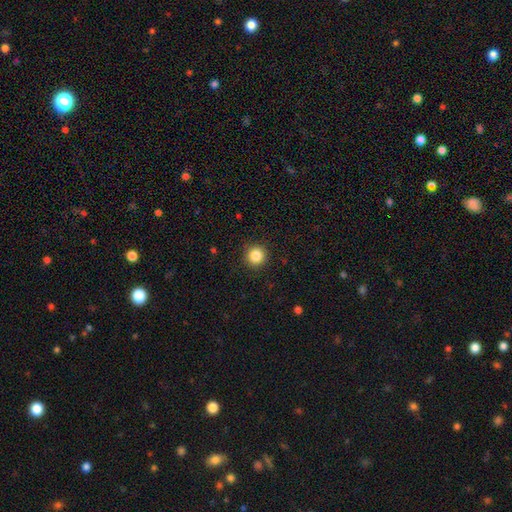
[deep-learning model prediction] This is clearly a smooth galaxy (86%). How rounded: clearly round (94%). Merging: clearly none (91%).